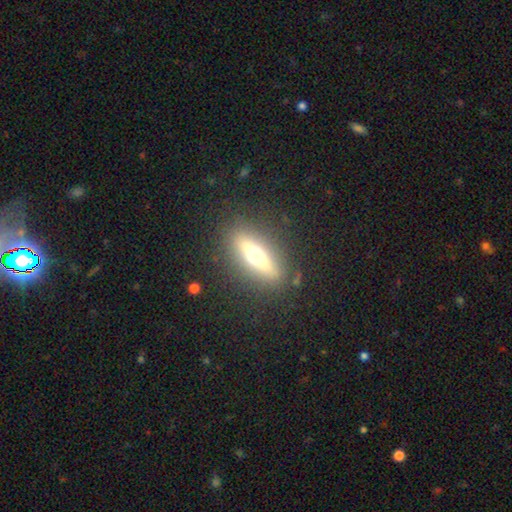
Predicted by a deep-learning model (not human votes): The model was most divided on "smooth or featured": featured or disk: 52%, smooth: 36%, star or artifact: 12%. More confident: merging — none (84%); edge-on disk — yes (80%).